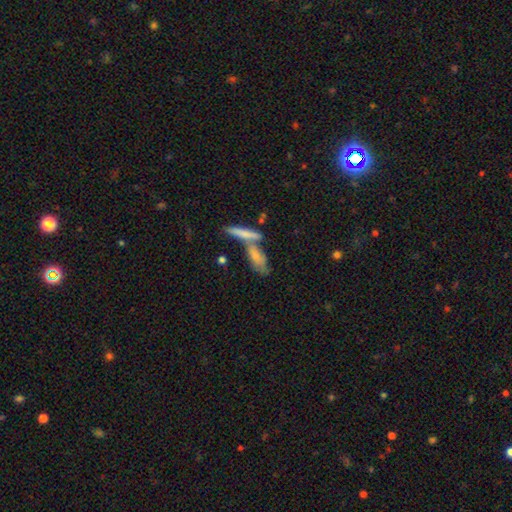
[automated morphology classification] This is likely a smooth galaxy (66%). How rounded: possibly in between (49%). Merging: marginally merger (44%).